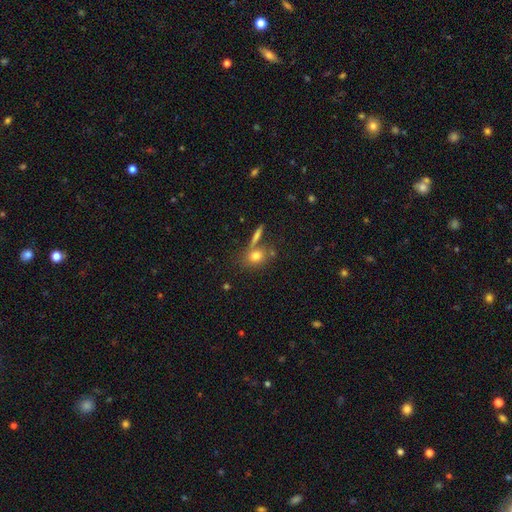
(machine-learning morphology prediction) A smooth galaxy with no disk features (76%) that is round (50%).

Vote fractions:
- Smooth or featured? smooth: 76% / featured or disk: 13% / star or artifact: 11%
- How rounded? round: 50% / in between: 46% / cigar-shaped: 5%
- Merging? none: 61% / merger: 21% / minor disturbance: 12% / major disturbance: 5%